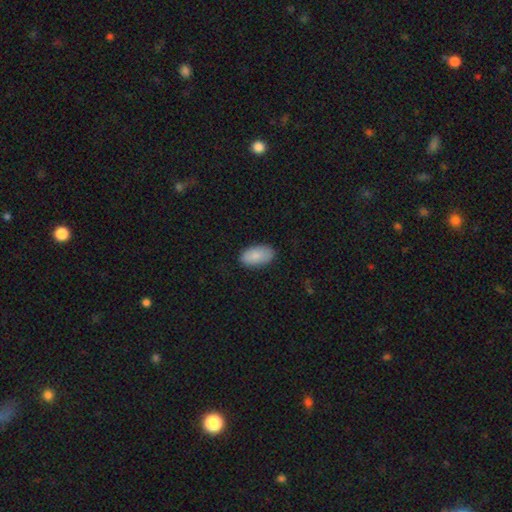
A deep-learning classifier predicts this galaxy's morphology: Smooth or featured? Predicted: smooth (p=0.86). How rounded? Predicted: in between (p=0.95). Merging? Predicted: none (p=0.85).